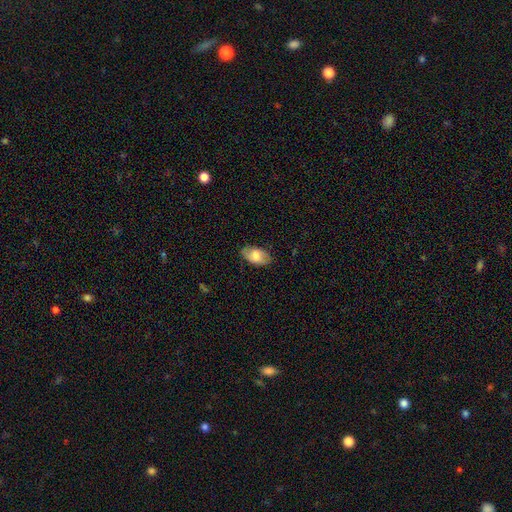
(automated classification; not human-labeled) smooth_or_featured: smooth (p=0.74) [alt: featured or disk p=0.19]
how_rounded: in between (p=0.94) [alt: round p=0.04]
merging: none (p=0.81) [alt: minor disturbance p=0.15]